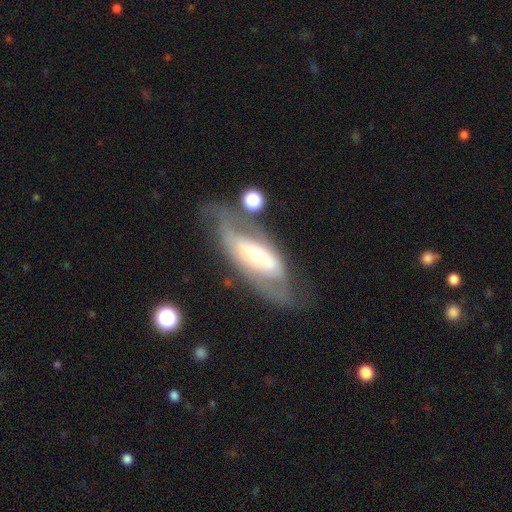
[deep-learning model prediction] Smooth or featured? Predicted: featured or disk (p=0.72). Edge-on disk? Predicted: no (p=0.85). Bar? Predicted: no (p=0.48). Spiral arms? Predicted: yes (p=0.63). Bulge size? Predicted: moderate (p=0.64). Merging? Predicted: none (p=0.55).